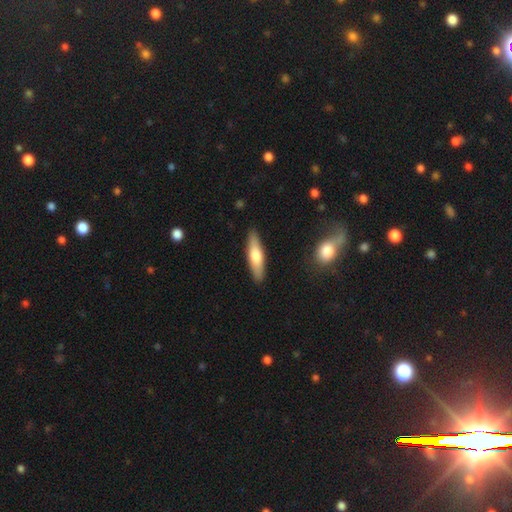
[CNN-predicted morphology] This is likely a smooth galaxy (61%). How rounded: likely cigar-shaped (71%). Merging: clearly none (89%).